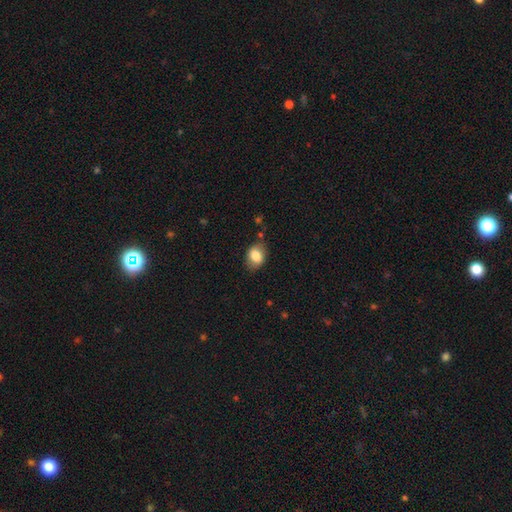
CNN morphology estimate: A smooth galaxy with no disk features (80%) that is in between round and cigar-shaped (72%). Merging: none (78%).